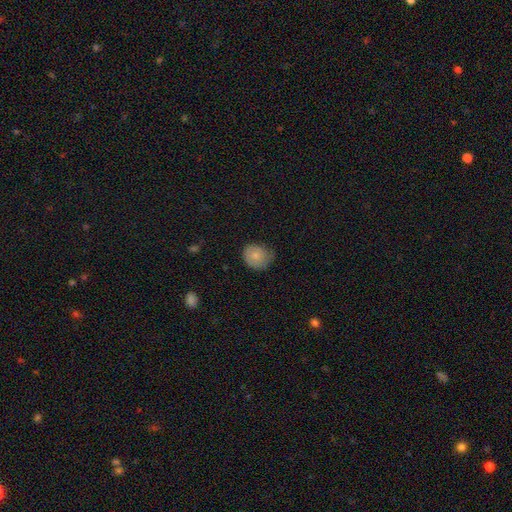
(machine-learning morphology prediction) Smooth or featured? smooth (77%)
How rounded? round (71%)
Merging? none (55%)